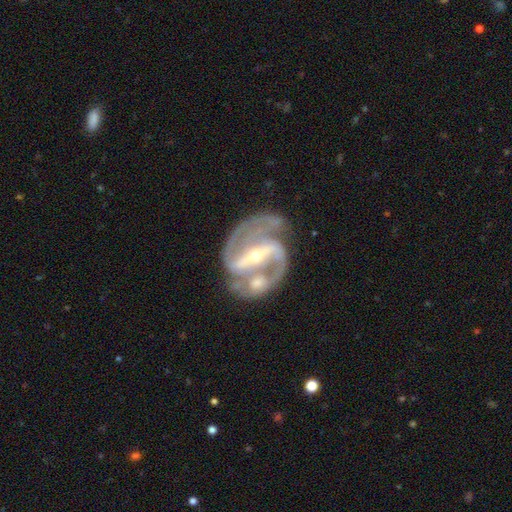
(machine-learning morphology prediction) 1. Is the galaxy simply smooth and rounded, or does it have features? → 92% featured or disk, 5% star or artifact, 4% smooth.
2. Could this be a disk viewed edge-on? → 97% no, 3% yes.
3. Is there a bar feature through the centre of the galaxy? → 71% strong, 20% weak, 9% no.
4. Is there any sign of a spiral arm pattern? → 97% yes, 3% no.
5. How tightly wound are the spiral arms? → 55% medium, 28% tight, 17% loose.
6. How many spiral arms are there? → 82% 2, 8% 3, 4% can't tell, 2% 1, 2% 4, 2% more than 4.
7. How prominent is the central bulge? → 69% small, 28% moderate, 1% large, 1% none, 1% dominant.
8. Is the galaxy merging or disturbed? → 49% none, 24% merger, 17% minor disturbance, 10% major disturbance.